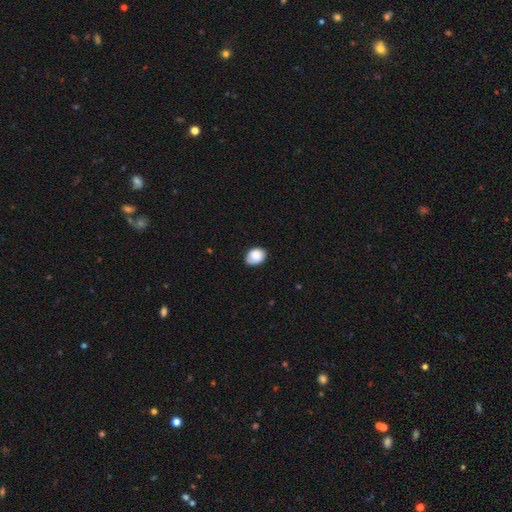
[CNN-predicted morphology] type=smooth (88%); roundness=in between (72%); merging=none (76%).